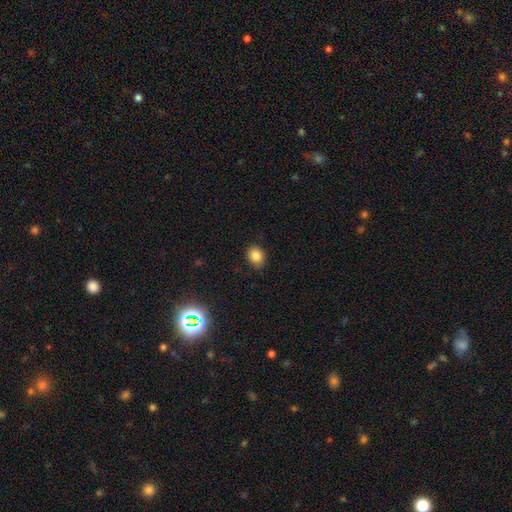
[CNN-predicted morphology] Q: Smooth or featured?
A: smooth (84%); runner-up: star or artifact (11%)
Q: How rounded?
A: in between (52%); runner-up: round (47%)
Q: Merging?
A: none (85%); runner-up: minor disturbance (11%)